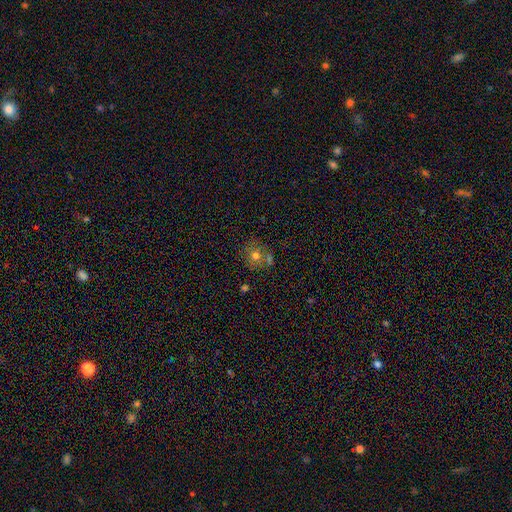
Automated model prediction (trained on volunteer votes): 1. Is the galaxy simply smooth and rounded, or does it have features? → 70% smooth, 16% featured or disk, 14% star or artifact.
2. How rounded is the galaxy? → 85% round, 14% in between, 1% cigar-shaped.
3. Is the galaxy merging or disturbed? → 61% none, 21% merger, 14% minor disturbance, 5% major disturbance.